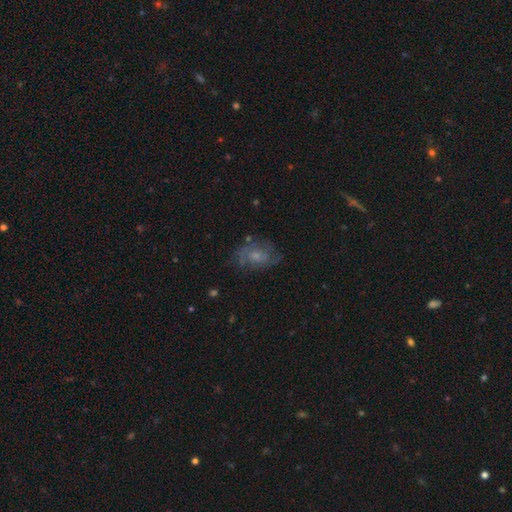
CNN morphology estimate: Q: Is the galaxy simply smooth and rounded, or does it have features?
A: featured or disk — 61%.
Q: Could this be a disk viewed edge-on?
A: no — 96%.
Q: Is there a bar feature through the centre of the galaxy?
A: no — 72%.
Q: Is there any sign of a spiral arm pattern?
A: yes — 79%.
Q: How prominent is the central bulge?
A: small — 44%.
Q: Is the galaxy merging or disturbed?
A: none — 65%.